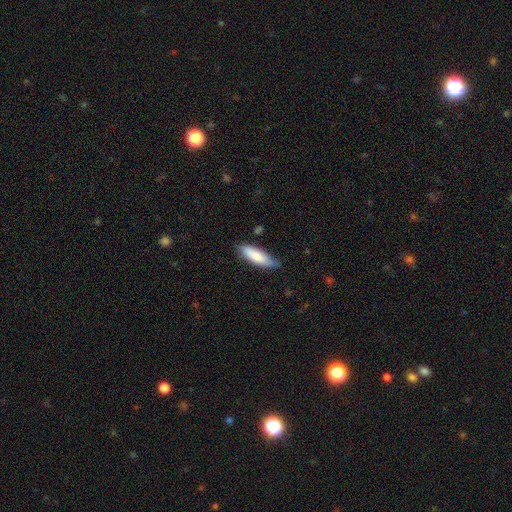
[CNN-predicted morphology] This is clearly a smooth galaxy (83%). How rounded: possibly cigar-shaped (51%). Merging: likely none (75%).